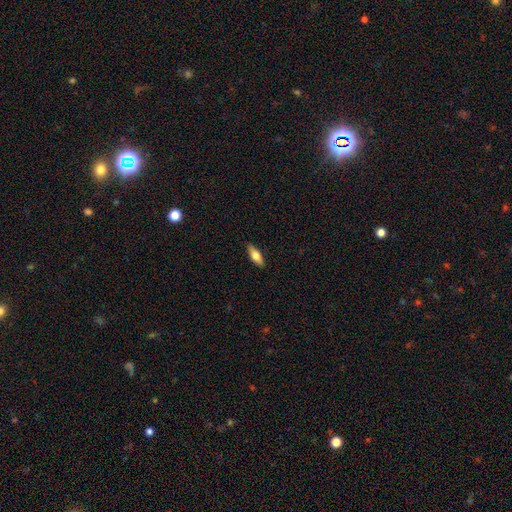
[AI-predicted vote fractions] Smooth or featured?
  - smooth: 64% *
  - featured or disk: 30%
  - star or artifact: 6%
How rounded?
  - in between: 62% *
  - cigar-shaped: 36%
  - round: 3%
Merging?
  - none: 89% *
  - minor disturbance: 8%
  - major disturbance: 2%
  - merger: 1%